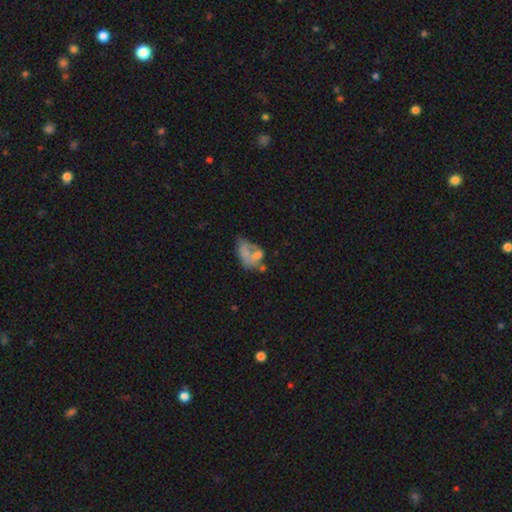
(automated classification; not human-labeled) The model was most divided on "smooth or featured": smooth: 47%, featured or disk: 40%, star or artifact: 12%. Remaining: merging — merger (32%).